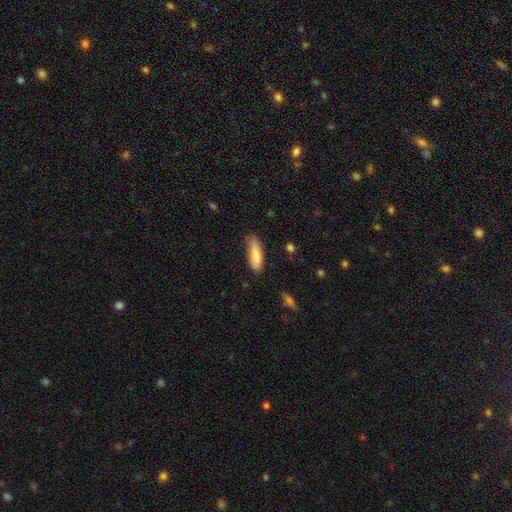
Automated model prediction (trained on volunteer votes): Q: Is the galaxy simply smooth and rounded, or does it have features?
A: smooth — 82%.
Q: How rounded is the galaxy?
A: in between — 58%.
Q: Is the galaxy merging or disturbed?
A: none — 72%.